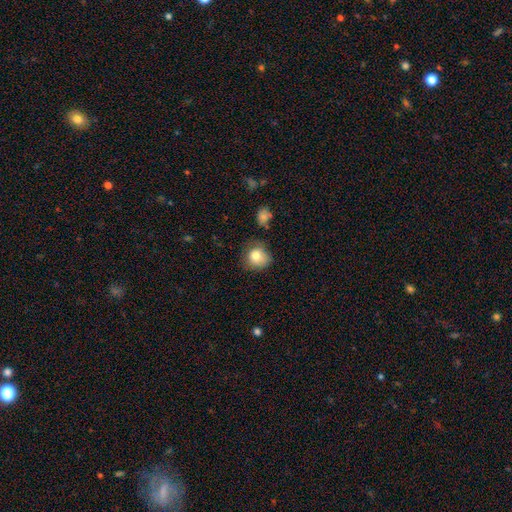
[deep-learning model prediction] A smooth galaxy with no disk features (80%) that is round (82%).

Vote fractions:
- Smooth or featured? smooth: 80% / featured or disk: 11% / star or artifact: 9%
- How rounded? round: 82% / in between: 17% / cigar-shaped: 1%
- Merging? none: 62% / minor disturbance: 27% / major disturbance: 8% / merger: 3%